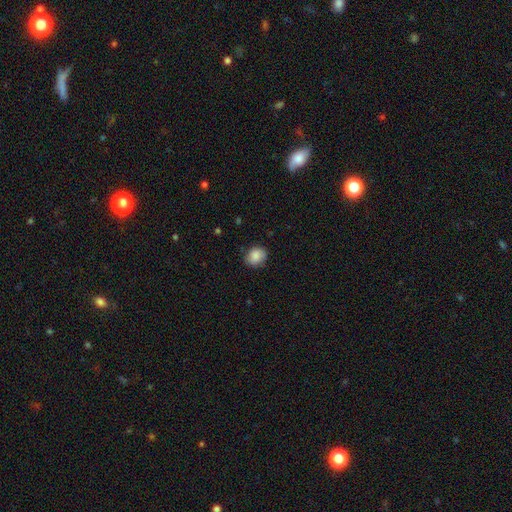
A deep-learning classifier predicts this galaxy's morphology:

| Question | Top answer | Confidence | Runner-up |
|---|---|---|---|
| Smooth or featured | smooth | 85% | star or artifact (8%) |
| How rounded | round | 59% | in between (40%) |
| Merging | none | 78% | minor disturbance (18%) |